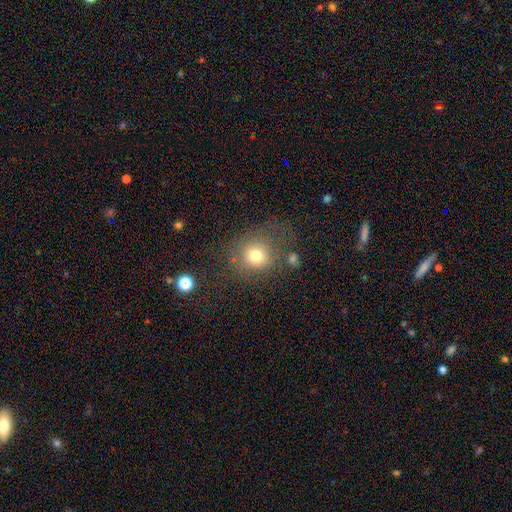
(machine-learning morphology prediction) A smooth galaxy with no disk features (72%) that is round (81%). Merging: none (58%).